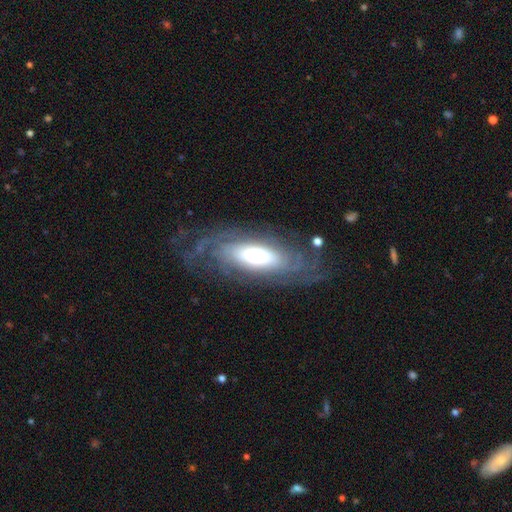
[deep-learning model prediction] Smooth or featured? featured or disk (72%)
Edge-on disk? no (85%)
Bar? no (68%)
Spiral arms? yes (83%)
Spiral winding? tight (56%)
Spiral arm count? can't tell (52%)
Bulge size? large (46%)
Merging? none (66%)